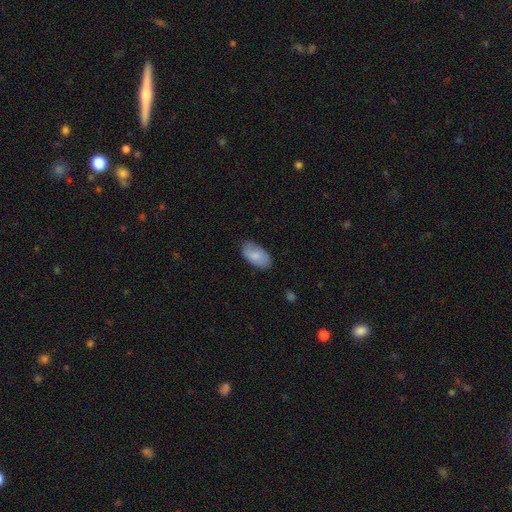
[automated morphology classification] smooth-or-featured: smooth: 83% | featured or disk: 11% | star or artifact: 6%
  how-rounded: in between: 95% | round: 3% | cigar-shaped: 2%
  merging: none: 79% | minor disturbance: 17% | major disturbance: 3% | merger: 1%